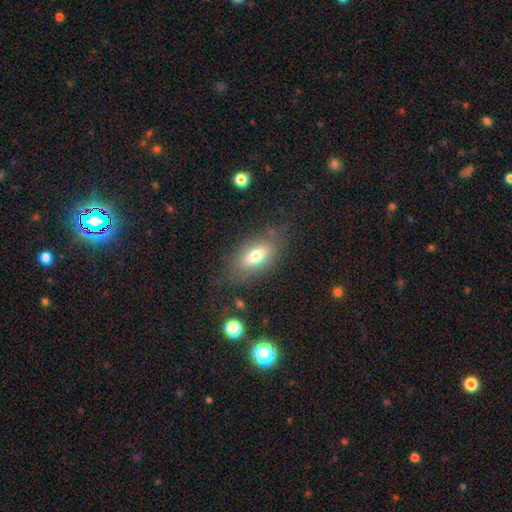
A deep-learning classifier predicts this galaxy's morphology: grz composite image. It shows a smooth galaxy with no disk features (69%) that is in between round and cigar-shaped (84%). Merging: none (74%).